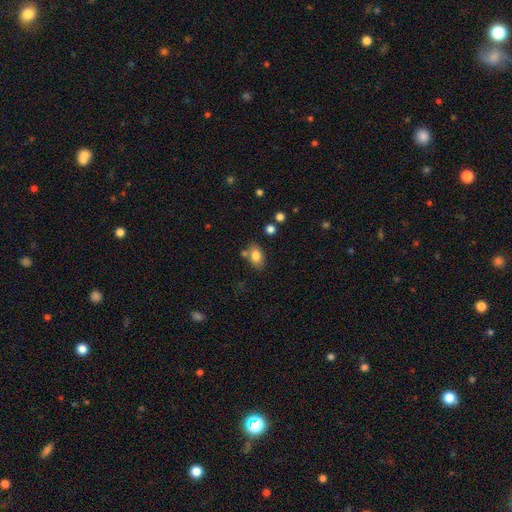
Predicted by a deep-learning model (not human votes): Smooth or featured? smooth (81%)
How rounded? in between (86%)
Merging? none (70%)